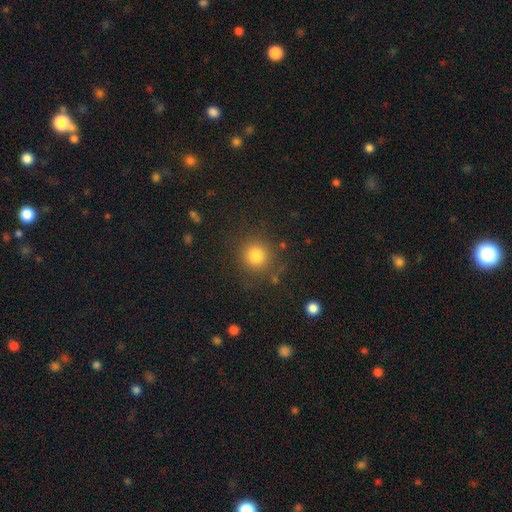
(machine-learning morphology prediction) A smooth galaxy with no disk features (81%) that is round (91%). Merging: none (84%).